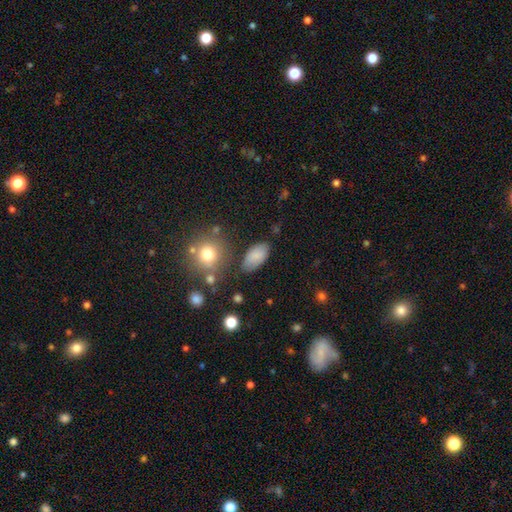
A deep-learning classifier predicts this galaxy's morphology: Q: Smooth or featured?
A: smooth (83%); runner-up: featured or disk (9%)
Q: How rounded?
A: in between (93%); runner-up: round (4%)
Q: Merging?
A: none (75%); runner-up: minor disturbance (17%)